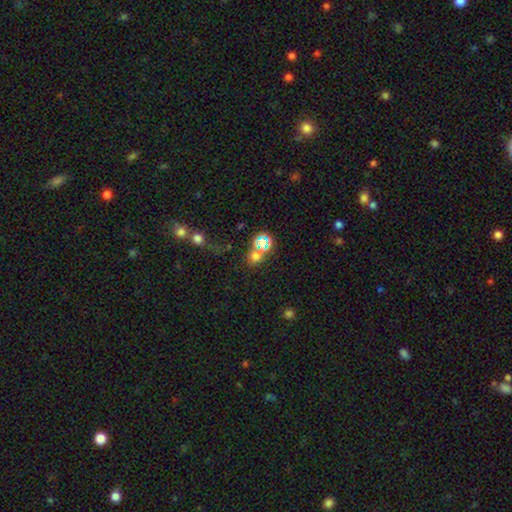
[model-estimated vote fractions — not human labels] This appears to be a smooth galaxy with no disk features (54%) that is round (76%). Merging: none (57%).